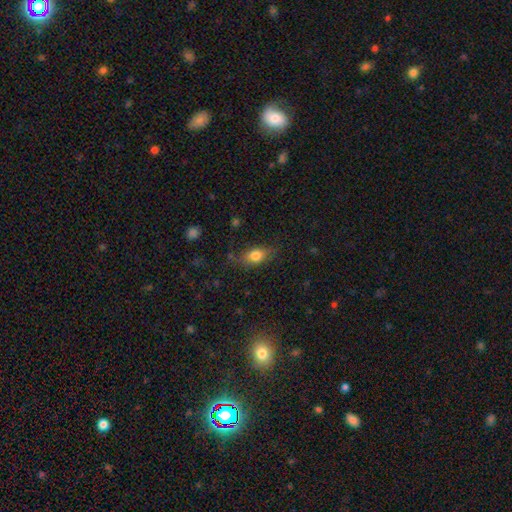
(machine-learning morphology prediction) Overall: smooth (79%). How rounded: in between (80%). Merging: none (72%).